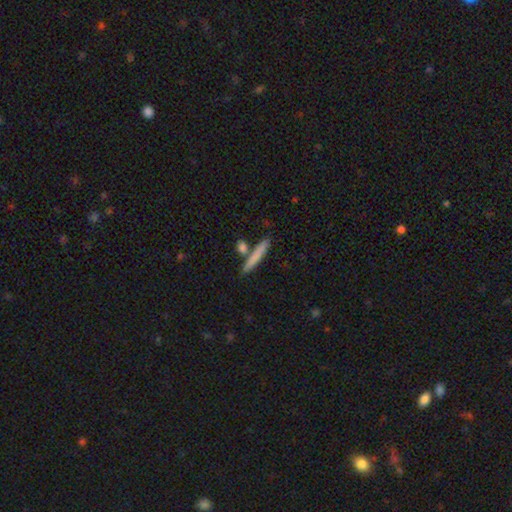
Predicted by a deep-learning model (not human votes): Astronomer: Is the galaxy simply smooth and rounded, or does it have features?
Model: smooth — 76%.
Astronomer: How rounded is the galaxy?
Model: cigar-shaped — 90%.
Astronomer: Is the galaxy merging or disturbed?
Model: none — 77%.